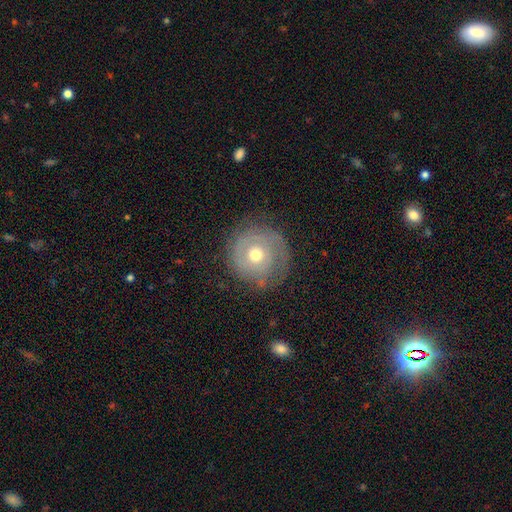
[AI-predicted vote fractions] Q: Smooth or featured?
A: featured or disk (64%); runner-up: smooth (24%)
Q: Edge-on disk?
A: no (96%); runner-up: yes (4%)
Q: Bar?
A: no (76%); runner-up: weak (18%)
Q: Spiral arms?
A: yes (79%); runner-up: no (21%)
Q: Bulge size?
A: moderate (67%); runner-up: small (27%)
Q: Merging?
A: none (79%); runner-up: minor disturbance (13%)